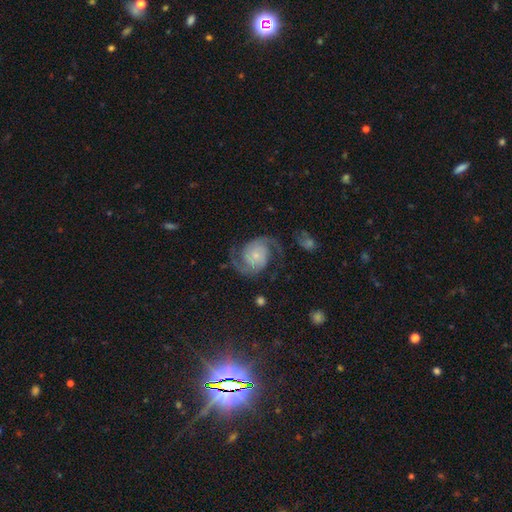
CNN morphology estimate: Smooth or featured: featured or disk — 89% (star or artifact — 6%)
Edge-on disk: no — 98% (yes — 2%)
Bar: no — 72% (weak — 21%)
Spiral arms: yes — 98% (no — 2%)
Spiral winding: medium — 52% (loose — 27%)
Spiral arm count: 2 — 94% (can't tell — 2%)
Bulge size: small — 67% (moderate — 19%)
Merging: none — 74% (minor disturbance — 14%)